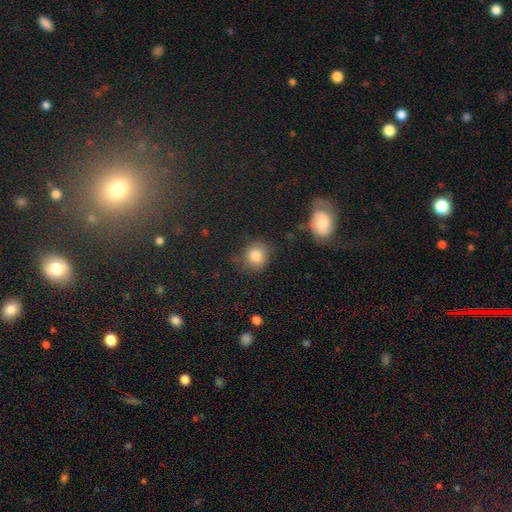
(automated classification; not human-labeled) Overall: smooth (82%). How rounded: round (84%). Merging: none (79%).